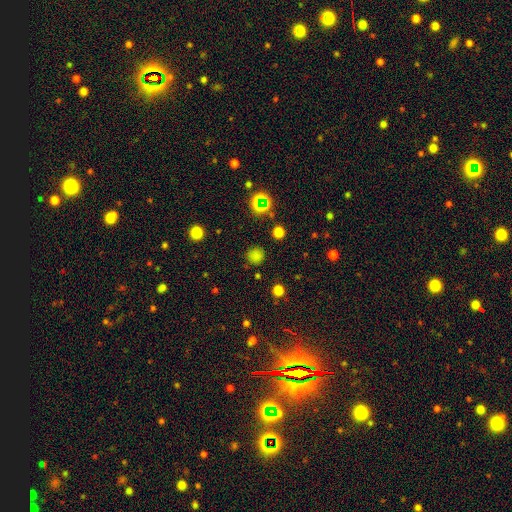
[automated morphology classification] smooth-or-featured: smooth: 72% | star or artifact: 23% | featured or disk: 5%
  how-rounded: round: 92% | in between: 7% | cigar-shaped: 1%
  merging: none: 85% | minor disturbance: 9% | major disturbance: 4% | merger: 2%